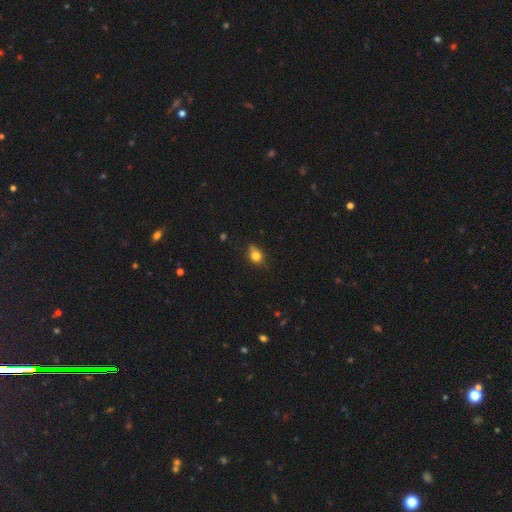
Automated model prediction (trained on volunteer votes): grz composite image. It shows a smooth galaxy with no disk features (77%) that is in between round and cigar-shaped (57%). Merging: none (64%).